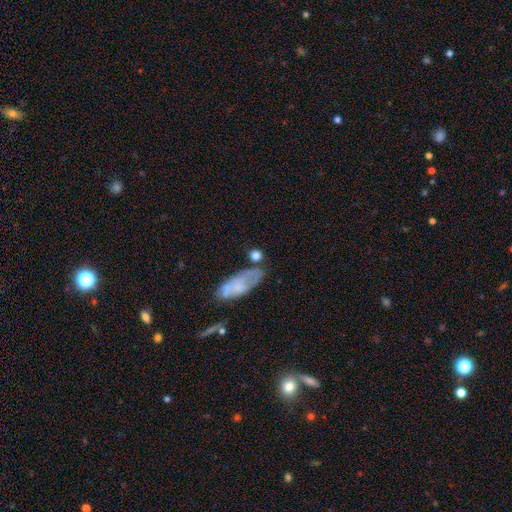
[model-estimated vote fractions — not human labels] A smooth galaxy with no disk features (74%) that is round (52%).

Vote fractions:
- Smooth or featured? smooth: 74% / featured or disk: 17% / star or artifact: 10%
- How rounded? round: 52% / in between: 37% / cigar-shaped: 11%
- Merging? none: 63% / minor disturbance: 17% / merger: 12% / major disturbance: 7%